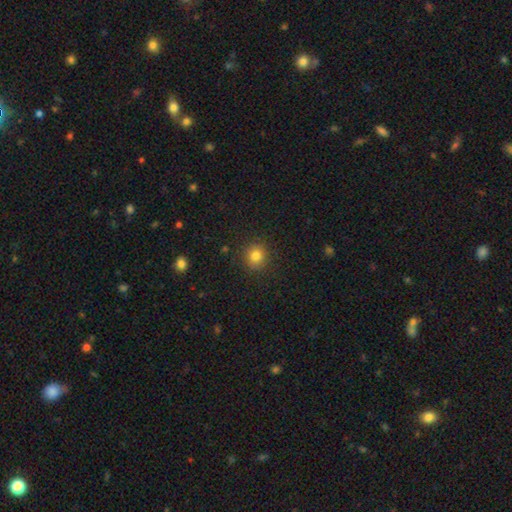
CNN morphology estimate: type=smooth (82%); roundness=round (87%); merging=none (89%).